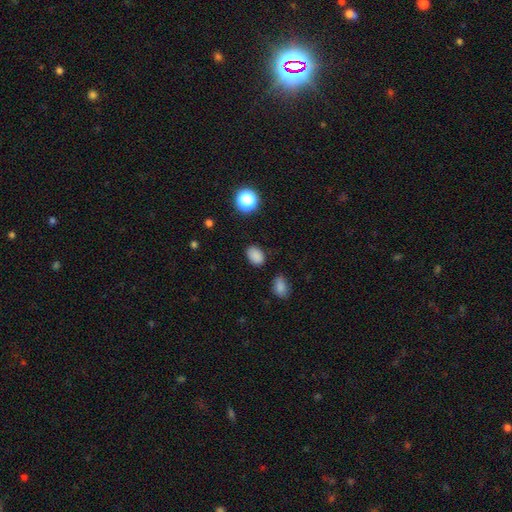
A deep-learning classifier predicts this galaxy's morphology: smooth 84%, star or artifact 12%, featured or disk 4%. Down the decision tree: how rounded — in between (78%); merging — none (84%).